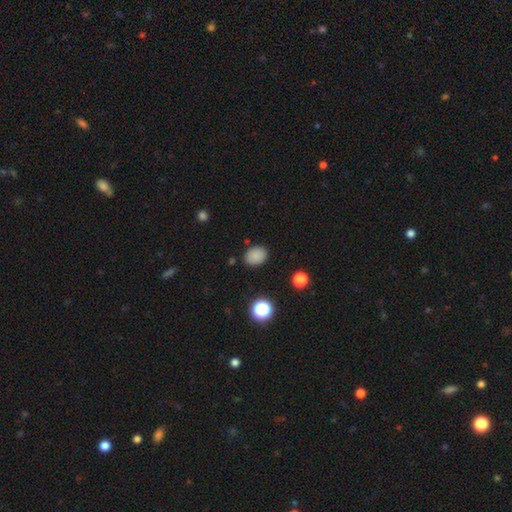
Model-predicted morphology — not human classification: Overall: smooth (84%). How rounded: in between (63%; round 36%). Merging: none (86%).